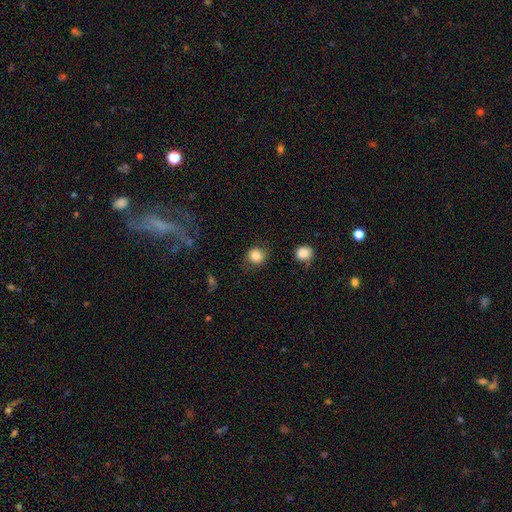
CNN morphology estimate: Smooth or featured: smooth — 84% (star or artifact — 10%)
How rounded: round — 87% (in between — 12%)
Merging: none — 78% (minor disturbance — 15%)